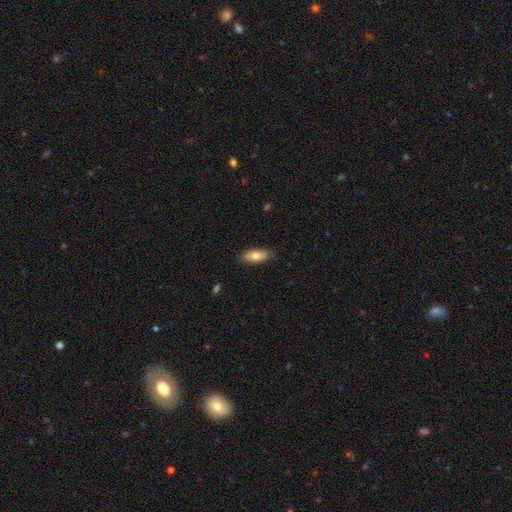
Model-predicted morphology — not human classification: smooth 75%, featured or disk 18%, star or artifact 6%. Down the decision tree: how rounded — in between (80%); merging — none (84%).